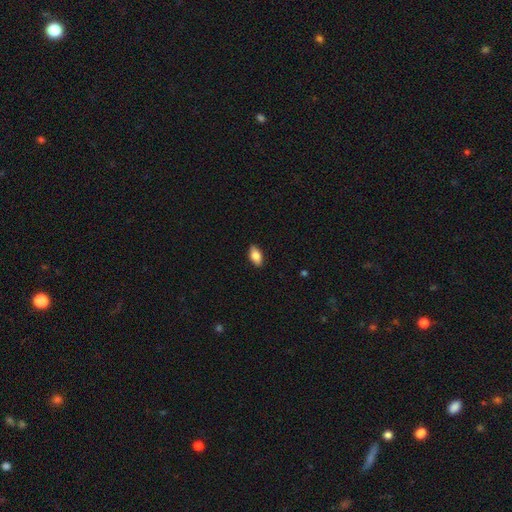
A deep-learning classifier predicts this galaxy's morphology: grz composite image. It shows a smooth galaxy with no disk features (82%) that is in between round and cigar-shaped (90%). Merging: none (88%).